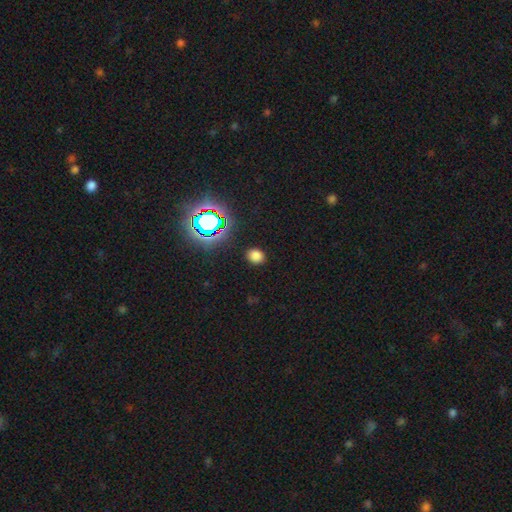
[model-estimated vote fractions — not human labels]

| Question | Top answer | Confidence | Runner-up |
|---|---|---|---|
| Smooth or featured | smooth | 75% | star or artifact (20%) |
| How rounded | round | 57% | in between (42%) |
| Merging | none | 88% | minor disturbance (8%) |